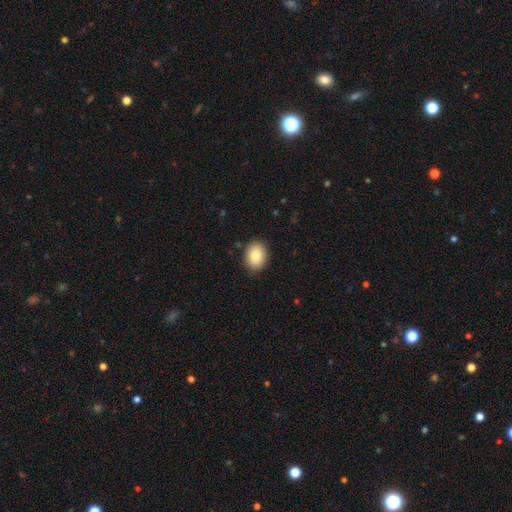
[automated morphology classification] The model was most divided on "how rounded": in between: 66%, round: 33%, cigar-shaped: 1%. More confident: merging — none (87%); smooth or featured — smooth (83%).